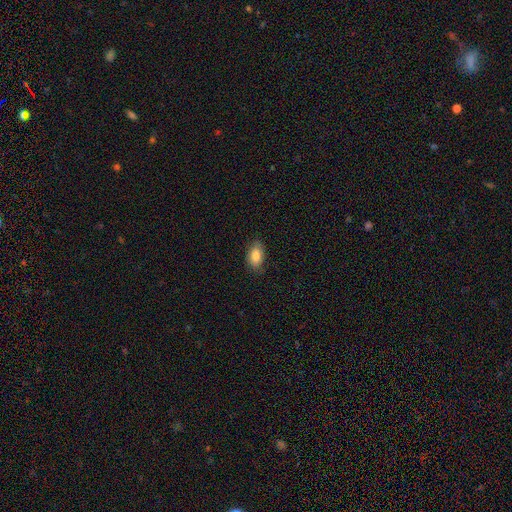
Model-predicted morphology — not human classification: A smooth galaxy with no disk features (85%) that is in between round and cigar-shaped (92%).

Vote fractions:
- Smooth or featured? smooth: 85% / featured or disk: 8% / star or artifact: 7%
- How rounded? in between: 92% / round: 5% / cigar-shaped: 3%
- Merging? none: 82% / minor disturbance: 14% / major disturbance: 3% / merger: 1%